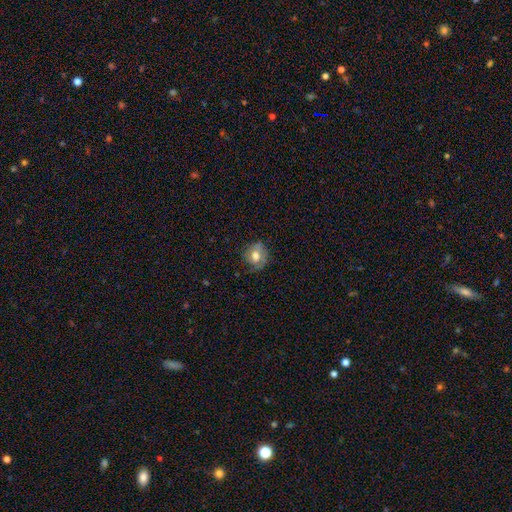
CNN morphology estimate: A smooth galaxy with no disk features (67%) that is round (79%).

Vote fractions:
- Smooth or featured? smooth: 67% / featured or disk: 23% / star or artifact: 9%
- How rounded? round: 79% / in between: 20% / cigar-shaped: 1%
- Merging? none: 67% / minor disturbance: 23% / major disturbance: 8% / merger: 1%